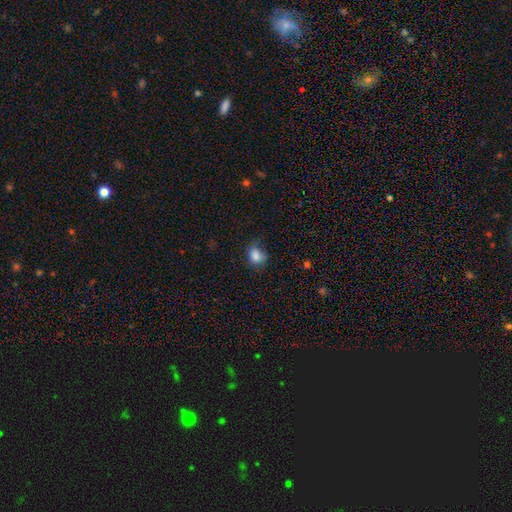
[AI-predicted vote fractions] Morphology: type=smooth (84%); roundness=round (50%); merging=none (54%).